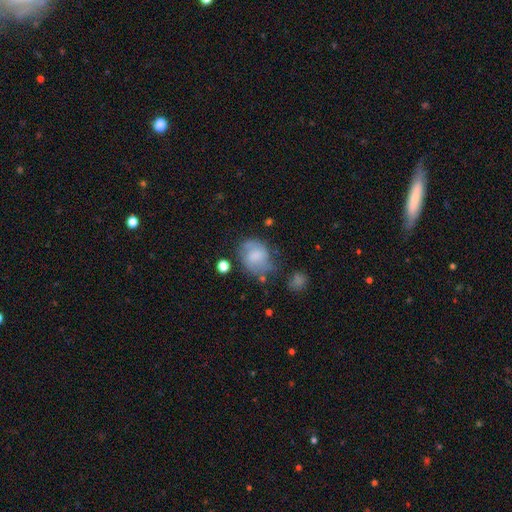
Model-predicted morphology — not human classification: This is possibly a smooth galaxy (57%). How rounded: possibly in between (52%). Merging: possibly none (49%).